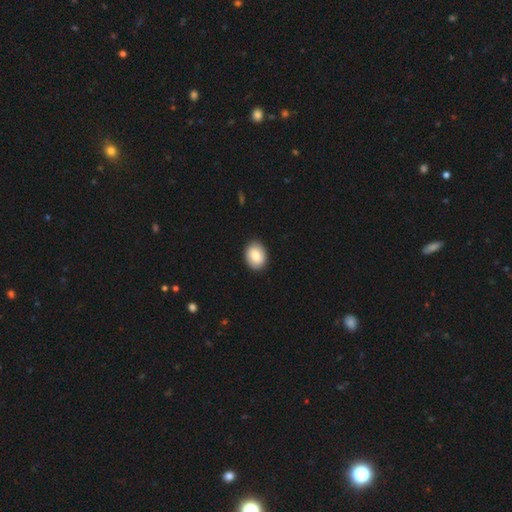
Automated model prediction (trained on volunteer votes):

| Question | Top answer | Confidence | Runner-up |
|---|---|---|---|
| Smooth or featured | smooth | 81% | featured or disk (13%) |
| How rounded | in between | 64% | round (35%) |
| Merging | none | 90% | minor disturbance (7%) |